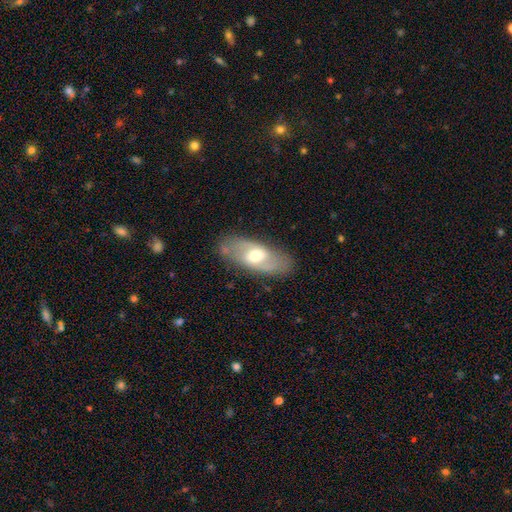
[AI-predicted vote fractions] Q: Smooth or featured?
A: featured or disk (53%); runner-up: smooth (41%)
Q: Edge-on disk?
A: no (85%); runner-up: yes (15%)
Q: Merging?
A: none (80%); runner-up: minor disturbance (13%)